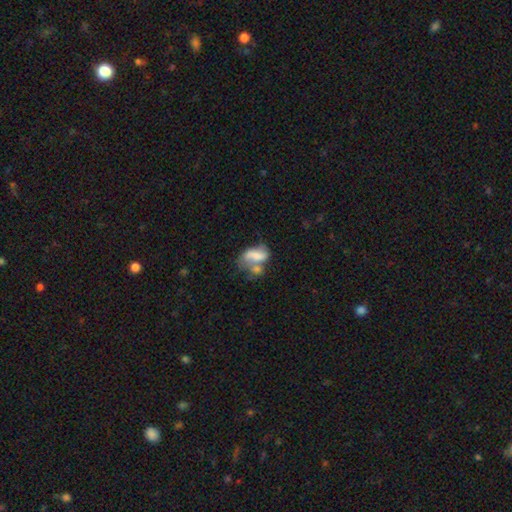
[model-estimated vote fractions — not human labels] A smooth galaxy with no disk features (52%) that is in between round and cigar-shaped (84%). Merging: merger (44%).